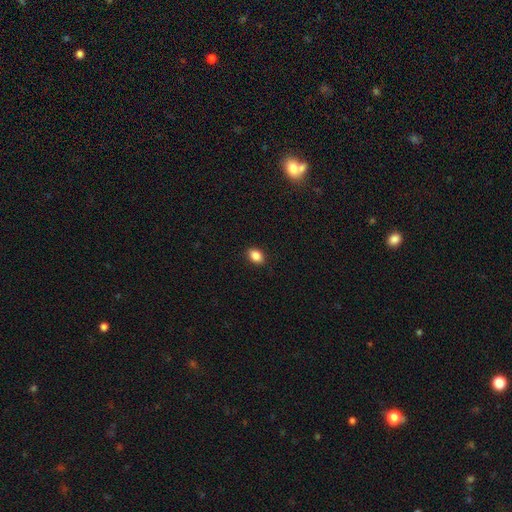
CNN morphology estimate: Smooth or featured? smooth (87%)
How rounded? in between (81%)
Merging? none (89%)